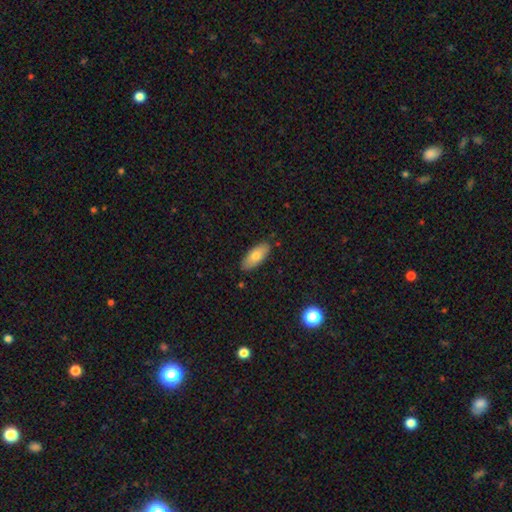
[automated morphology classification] A smooth galaxy with no disk features (74%) that is in between round and cigar-shaped (84%).

Vote fractions:
- Smooth or featured? smooth: 74% / featured or disk: 20% / star or artifact: 7%
- How rounded? in between: 84% / cigar-shaped: 13% / round: 2%
- Merging? none: 86% / minor disturbance: 10% / major disturbance: 2% / merger: 2%